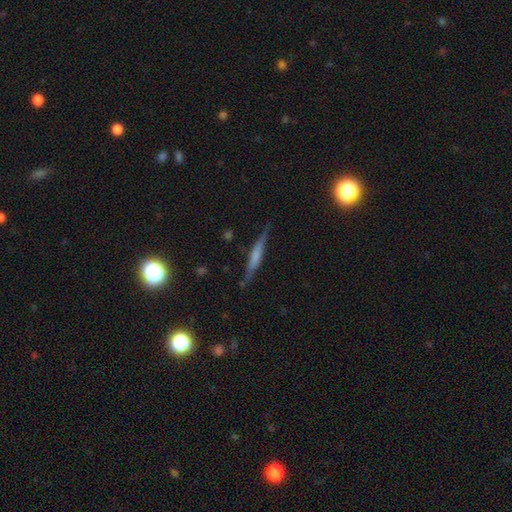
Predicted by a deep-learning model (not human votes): A featured or disk galaxy (54%) viewed edge-on (95%) with a boxy central bulge (36%). Merging: none (81%).